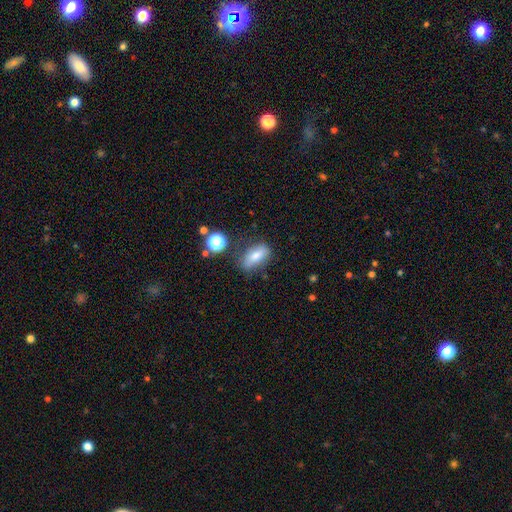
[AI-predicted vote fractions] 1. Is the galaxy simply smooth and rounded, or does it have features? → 74% smooth, 16% featured or disk, 11% star or artifact.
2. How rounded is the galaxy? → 79% in between, 13% cigar-shaped, 8% round.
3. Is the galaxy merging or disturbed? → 68% none, 21% minor disturbance, 7% major disturbance, 5% merger.